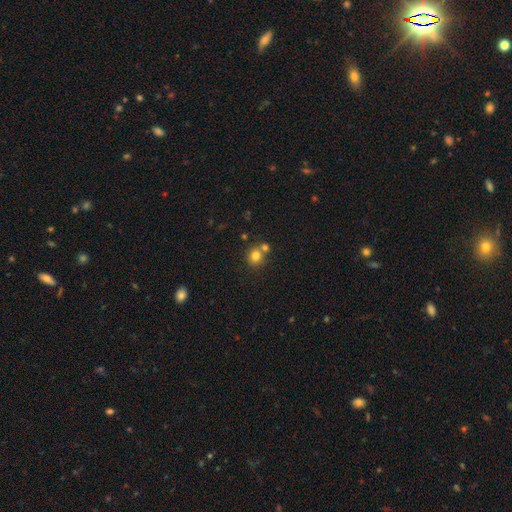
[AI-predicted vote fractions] Overall: smooth (78%). How rounded: round (83%). Merging: none (61%; merger 28%).